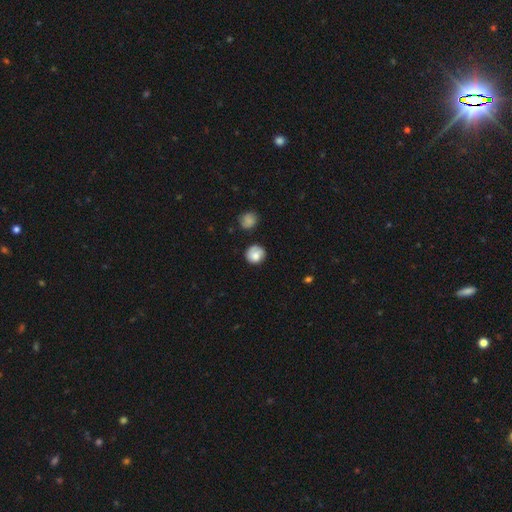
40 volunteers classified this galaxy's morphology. Smooth or featured? 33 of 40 (82%) said smooth. How rounded? 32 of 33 (97%) said round. Merging? 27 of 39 (69%) said none.